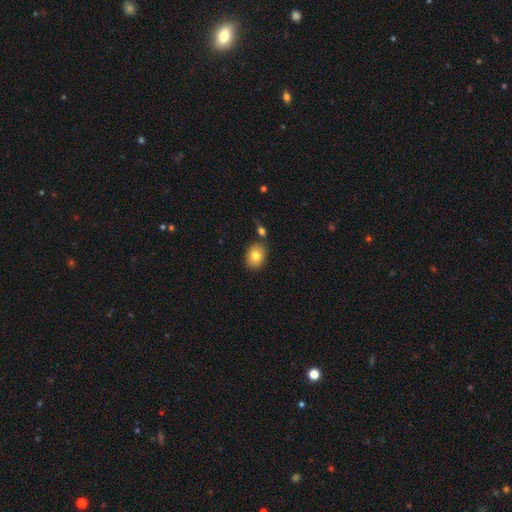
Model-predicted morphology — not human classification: smooth-or-featured: smooth: 79% | featured or disk: 12% | star or artifact: 9%
  how-rounded: in between: 50% | round: 49% | cigar-shaped: 1%
  merging: none: 79% | minor disturbance: 10% | merger: 8% | major disturbance: 3%